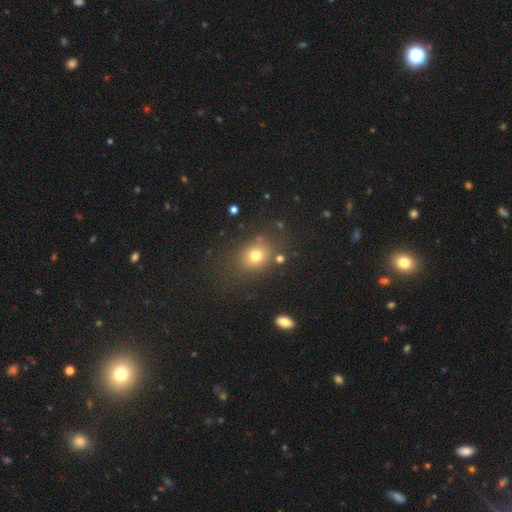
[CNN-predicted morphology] The model was most divided on "how rounded": round: 58%, in between: 41%, cigar-shaped: 1%. More confident: merging — none (76%); smooth or featured — smooth (74%).